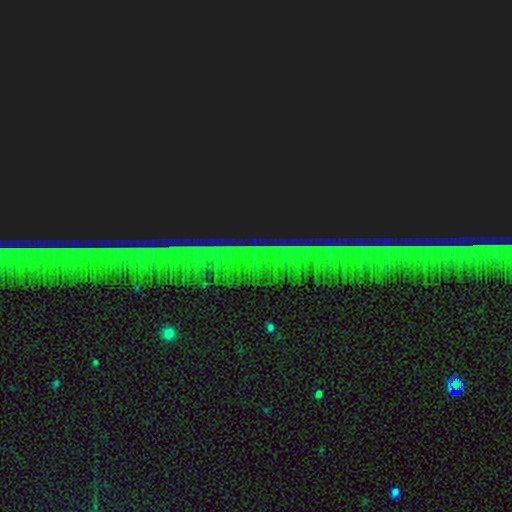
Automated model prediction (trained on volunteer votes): Q: Smooth or featured?
A: star or artifact (87%); runner-up: featured or disk (7%)